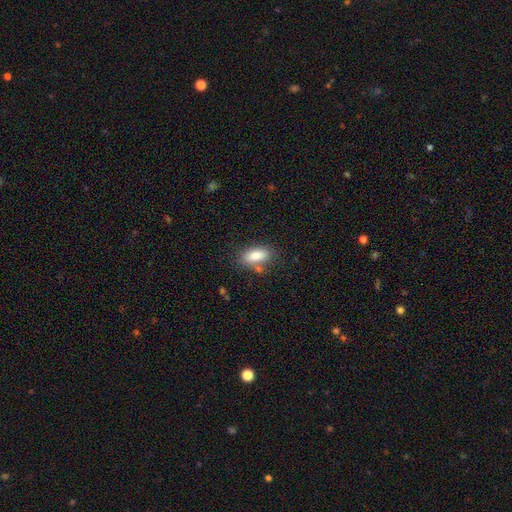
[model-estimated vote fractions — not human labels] Smooth or featured?
  - smooth: 83% *
  - featured or disk: 10%
  - star or artifact: 7%
How rounded?
  - in between: 88% *
  - cigar-shaped: 8%
  - round: 4%
Merging?
  - none: 74% *
  - minor disturbance: 15%
  - merger: 8%
  - major disturbance: 4%